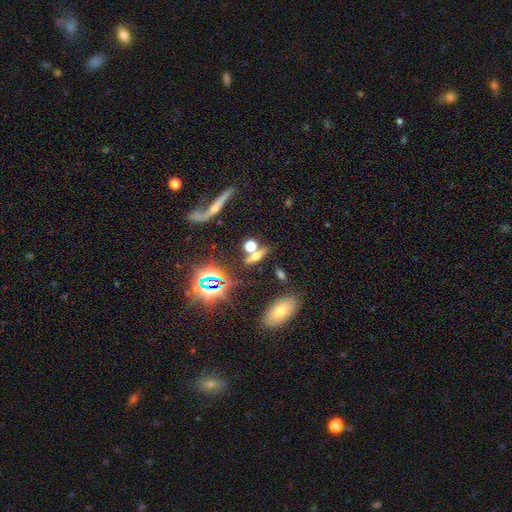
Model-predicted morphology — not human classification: Smooth or featured? smooth (41%)
Merging? none (58%)